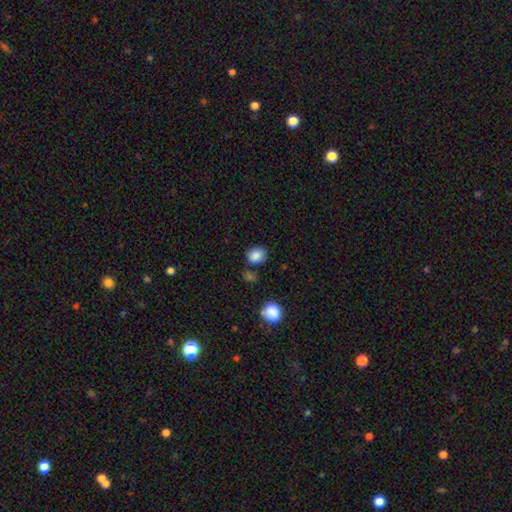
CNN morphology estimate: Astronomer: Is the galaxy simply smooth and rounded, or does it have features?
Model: smooth — 86%.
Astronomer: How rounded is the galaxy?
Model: round — 61% (runner-up: in between, 38%).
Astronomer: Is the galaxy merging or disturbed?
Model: none — 74%.